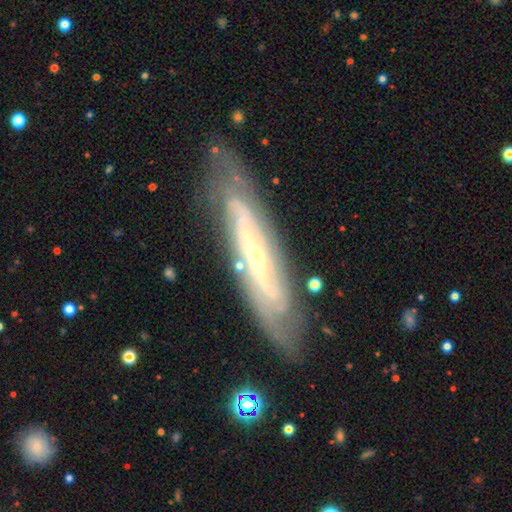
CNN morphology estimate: smooth_or_featured: featured or disk (p=0.82) [alt: smooth p=0.12]
disk_edge_on: no (p=0.67) [alt: yes p=0.33]
bar: no (p=0.51) [alt: weak p=0.27]
has_spiral_arms: yes (p=0.88) [alt: no p=0.12]
bulge_size: small (p=0.71) [alt: moderate p=0.24]
merging: none (p=0.77) [alt: minor disturbance p=0.16]